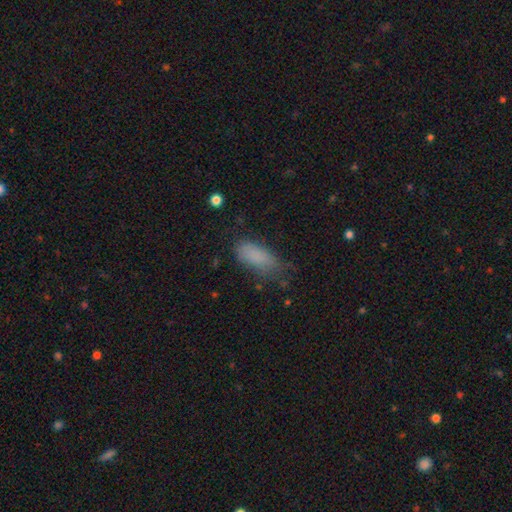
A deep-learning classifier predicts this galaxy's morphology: Overall: smooth (83%). How rounded: in between (83%). Merging: none (54%; minor disturbance 31%).